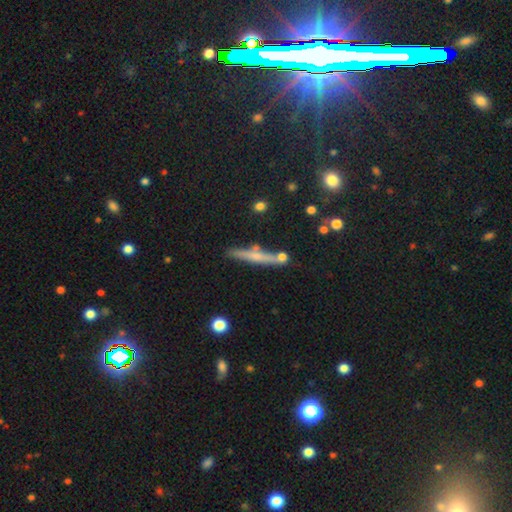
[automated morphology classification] Overall: smooth (49%; featured or disk 43%). Merging: none (76%).